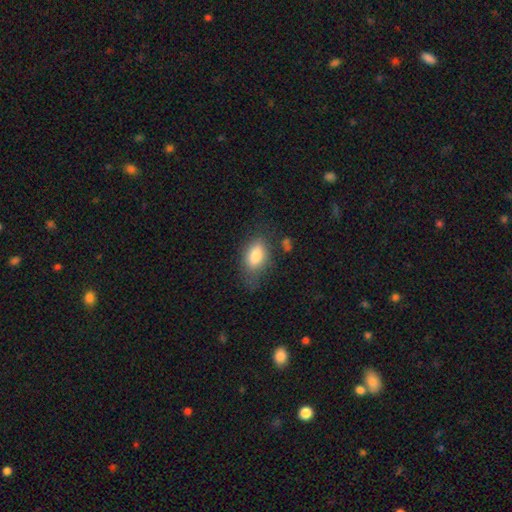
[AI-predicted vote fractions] Overall: smooth (79%). How rounded: in between (88%). Merging: none (65%).